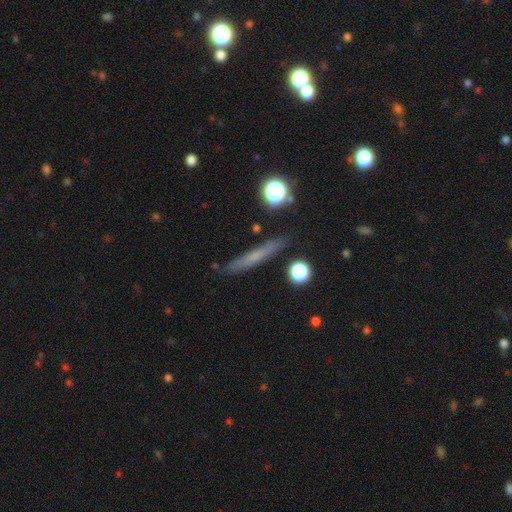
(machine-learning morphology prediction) smooth-or-featured: smooth: 53% | featured or disk: 36% | star or artifact: 12%
  how-rounded: cigar-shaped: 90% | in between: 6% | round: 4%
  merging: none: 86% | minor disturbance: 10% | merger: 2% | major disturbance: 2%